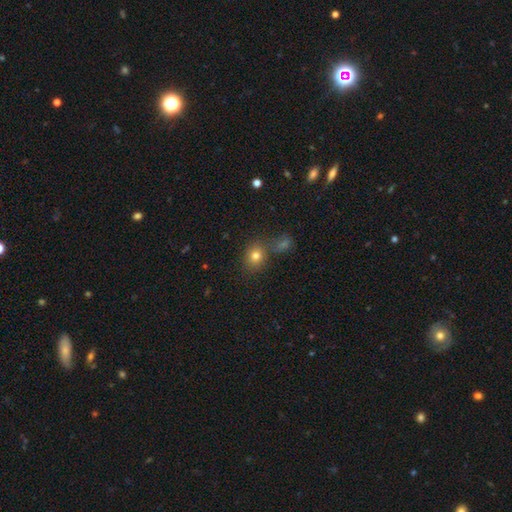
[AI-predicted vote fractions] smooth 77%, star or artifact 14%, featured or disk 9%. Down the decision tree: how rounded — round (68%); merging — none (64%).